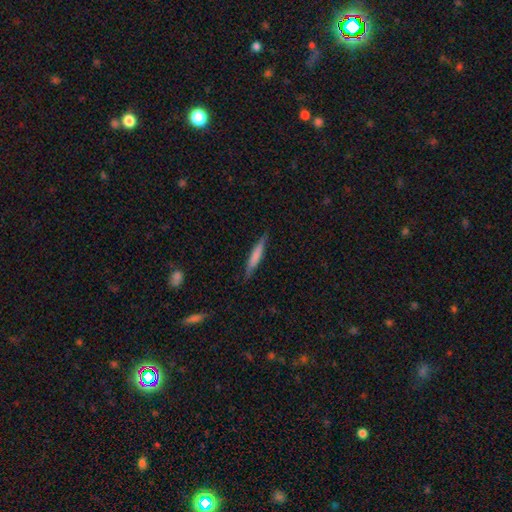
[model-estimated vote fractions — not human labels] Smooth or featured: smooth — 64% (featured or disk — 30%)
How rounded: cigar-shaped — 92% (in between — 7%)
Merging: none — 85% (minor disturbance — 12%)